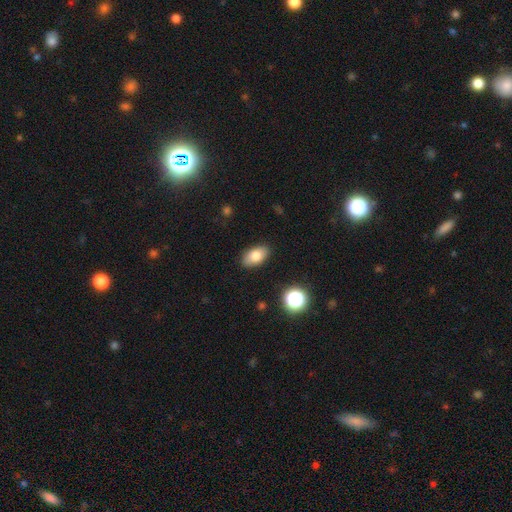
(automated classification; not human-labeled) smooth_or_featured: smooth (p=0.79) [alt: featured or disk p=0.12]
how_rounded: in between (p=0.91) [alt: round p=0.06]
merging: none (p=0.87) [alt: minor disturbance p=0.10]